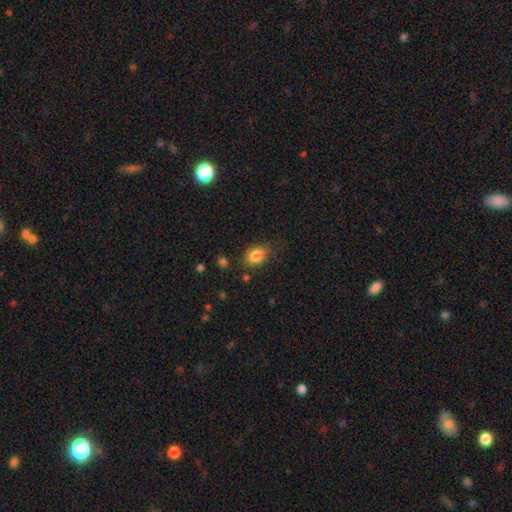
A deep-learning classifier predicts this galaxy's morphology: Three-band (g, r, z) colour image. It shows a smooth galaxy with no disk features (85%) that is in between round and cigar-shaped (74%). Merging: none (72%).